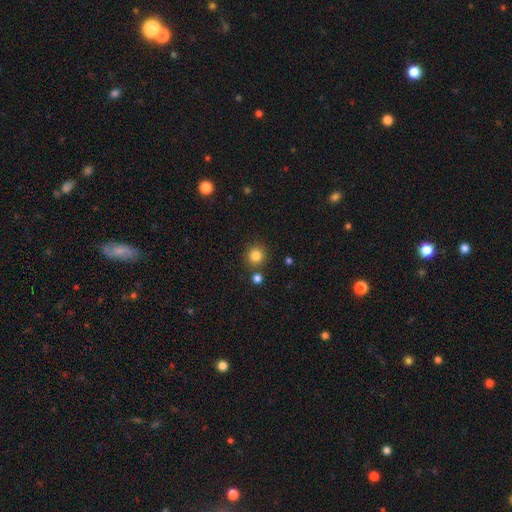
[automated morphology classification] A smooth galaxy with no disk features (83%) that is round (93%). Merging: none (83%).